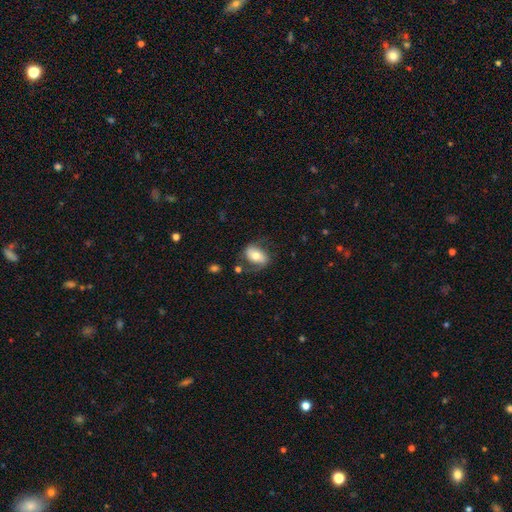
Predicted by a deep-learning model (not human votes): Morphology: type=smooth (55%); roundness=in between (84%); merging=none (65%).